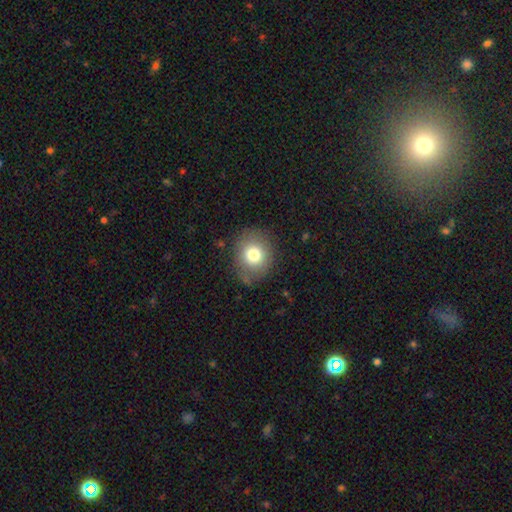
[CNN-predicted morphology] Overall: smooth (71%). How rounded: round (76%). Merging: none (84%).